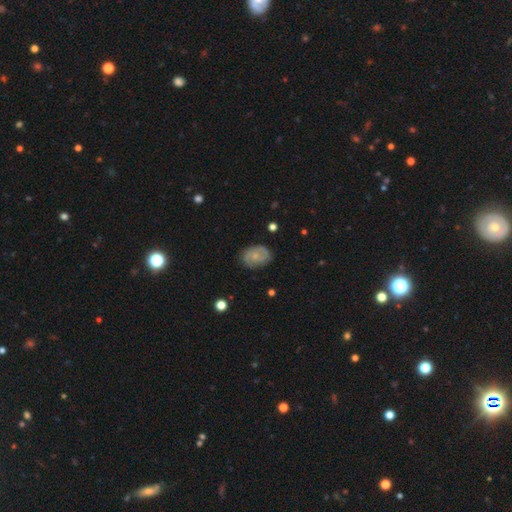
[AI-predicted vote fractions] This is likely a featured or disk galaxy (66%). It is clearly not viewed edge-on (97%). Bar: likely no (71%). Spiral arm pattern: clearly yes (87%). Spiral arm count: likely 2 (68%). Spiral winding: possibly tight (46%). Central bulge: likely small (62%). Merging: likely none (78%).